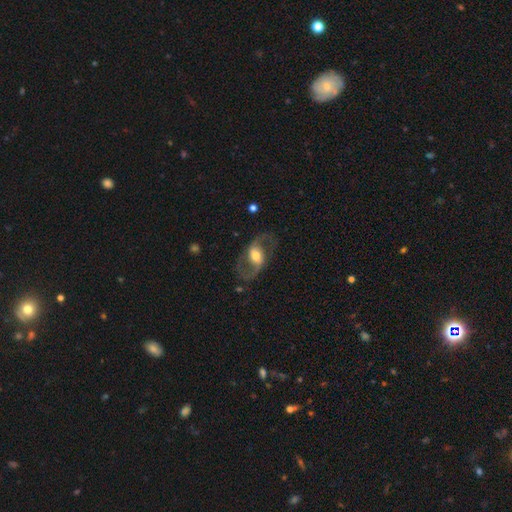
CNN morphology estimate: smooth_or_featured: featured or disk (p=0.81) [alt: smooth p=0.14]
disk_edge_on: no (p=0.95) [alt: yes p=0.05]
bar: weak (p=0.41) [alt: strong p=0.31]
has_spiral_arms: yes (p=0.87) [alt: no p=0.13]
spiral_winding: medium (p=0.46) [alt: loose p=0.43]
spiral_arm_count: 2 (p=0.91) [alt: can't tell p=0.04]
bulge_size: moderate (p=0.64) [alt: large p=0.18]
merging: none (p=0.75) [alt: minor disturbance p=0.13]